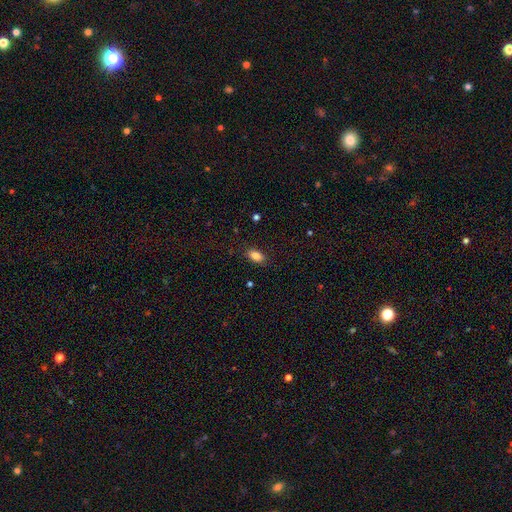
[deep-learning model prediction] Overall: smooth (86%). How rounded: in between (89%). Merging: none (86%).